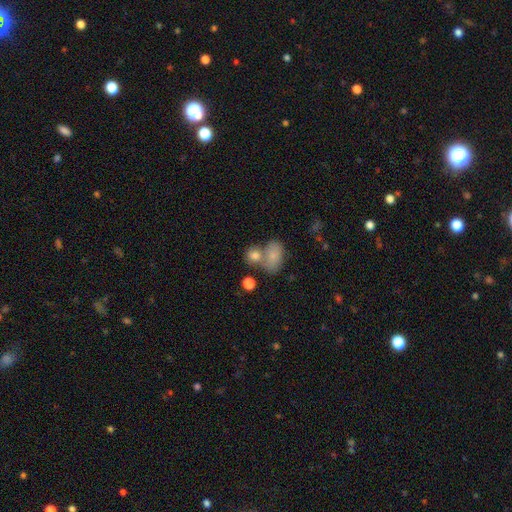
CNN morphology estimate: Overall: smooth (76%). How rounded: in between (56%; round 42%). Merging: none (43%; merger 40%).